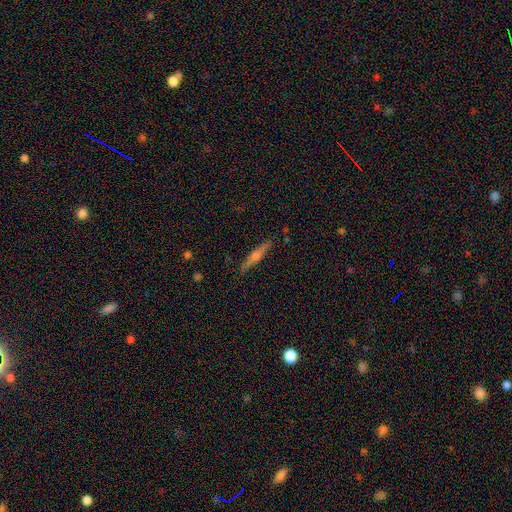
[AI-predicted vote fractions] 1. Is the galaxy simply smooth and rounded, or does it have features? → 69% featured or disk, 24% smooth, 7% star or artifact.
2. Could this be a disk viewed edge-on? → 98% yes, 2% no.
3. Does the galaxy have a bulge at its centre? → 86% rounded, 7% none, 7% boxy.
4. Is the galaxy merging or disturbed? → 90% none, 8% minor disturbance, 2% major disturbance, 1% merger.